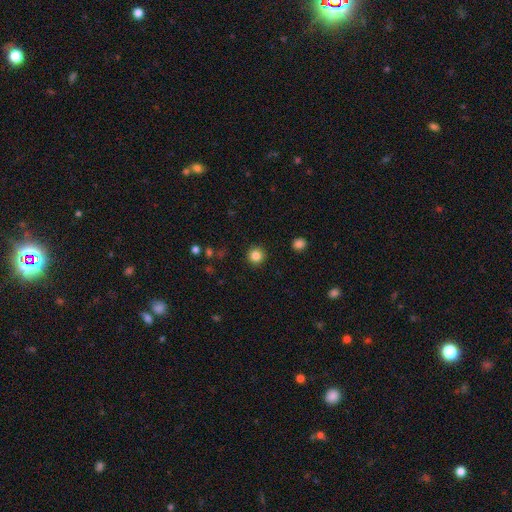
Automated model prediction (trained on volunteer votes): Smooth or featured?
  - smooth: 84% *
  - star or artifact: 12%
  - featured or disk: 4%
How rounded?
  - round: 95% *
  - in between: 4%
  - cigar-shaped: 1%
Merging?
  - none: 92% *
  - minor disturbance: 5%
  - major disturbance: 2%
  - merger: 1%